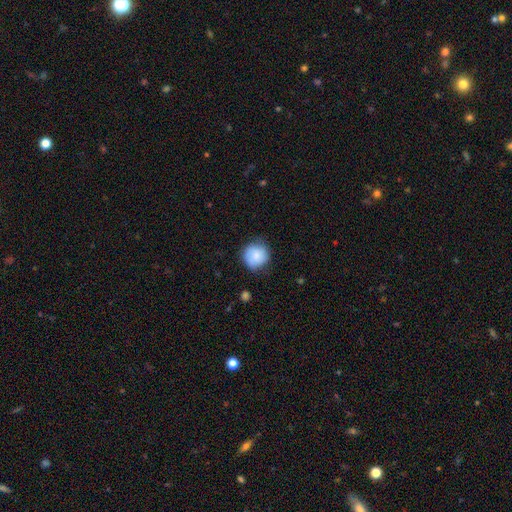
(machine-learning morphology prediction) Smooth or featured? Predicted: smooth (p=0.80). How rounded? Predicted: round (p=0.91). Merging? Predicted: none (p=0.72).